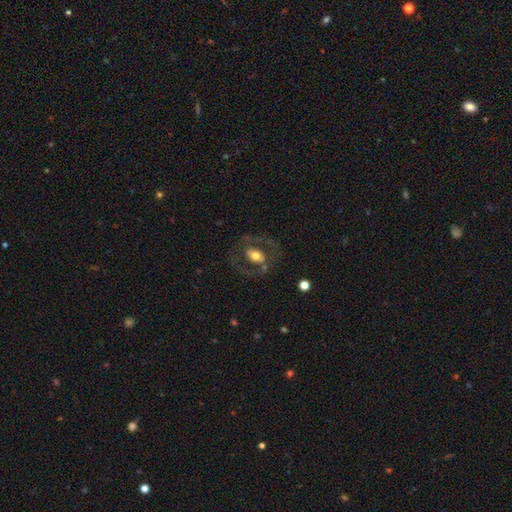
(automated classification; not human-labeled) Smooth or featured? Predicted: featured or disk (p=0.55). Edge-on disk? Predicted: no (p=0.93). Bar? Predicted: no (p=0.63). Spiral arms? Predicted: no (p=0.73). Bulge size? Predicted: moderate (p=0.64). Merging? Predicted: none (p=0.71).